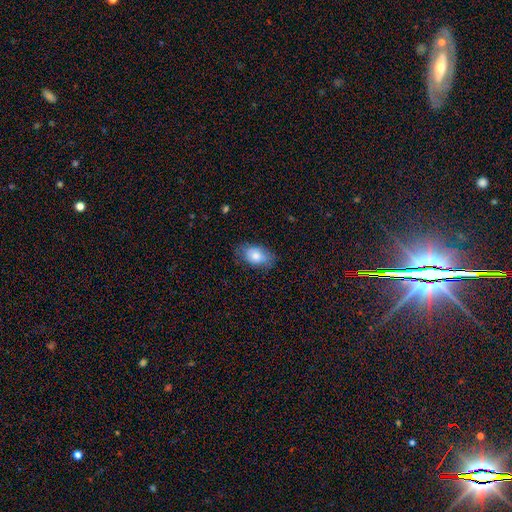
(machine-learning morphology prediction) Smooth or featured? smooth (77%)
How rounded? in between (89%)
Merging? none (71%)